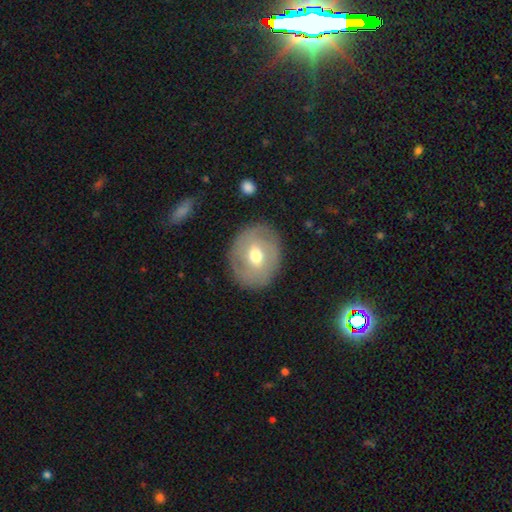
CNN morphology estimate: Smooth or featured? Predicted: featured or disk (p=0.49). Merging? Predicted: none (p=0.83).